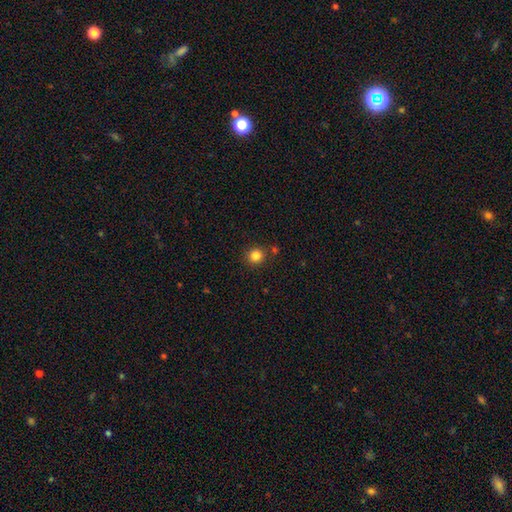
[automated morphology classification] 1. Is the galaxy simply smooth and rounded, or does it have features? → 83% smooth, 12% star or artifact, 4% featured or disk.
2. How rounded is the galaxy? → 92% round, 7% in between, 1% cigar-shaped.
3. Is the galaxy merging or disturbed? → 85% none, 7% minor disturbance, 5% merger, 2% major disturbance.